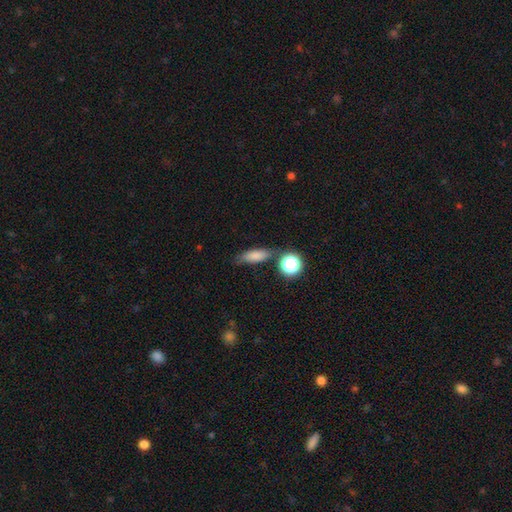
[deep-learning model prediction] Smooth or featured? smooth (77%)
How rounded? in between (54%)
Merging? none (72%)